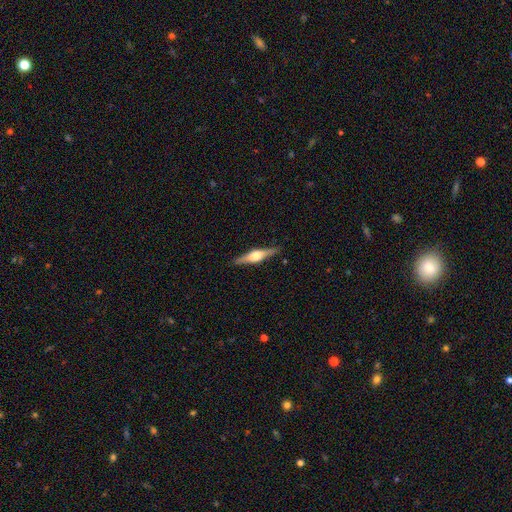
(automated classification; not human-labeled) Morphology: type=featured or disk (71%); edge-on=yes (97%); edge-on bulge=rounded (92%); merging=none (89%).